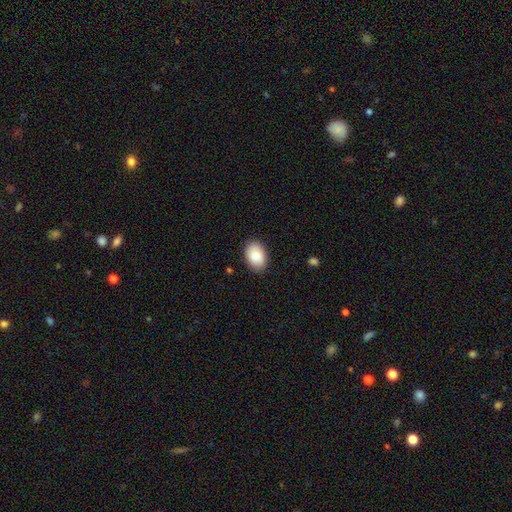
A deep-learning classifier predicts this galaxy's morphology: Smooth or featured? smooth (87%)
How rounded? in between (86%)
Merging? none (87%)